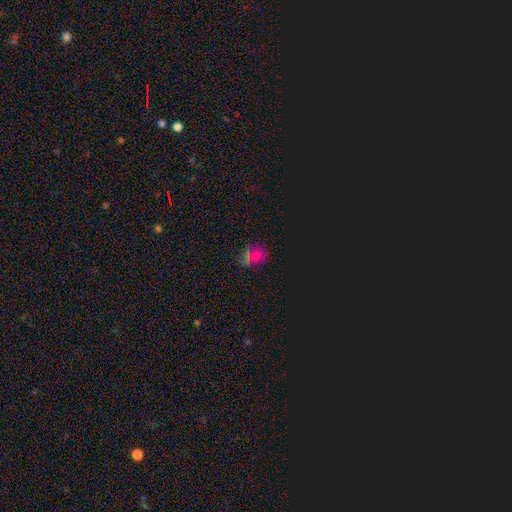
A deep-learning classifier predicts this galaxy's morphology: Q: Smooth or featured?
A: star or artifact (49%); runner-up: smooth (42%)